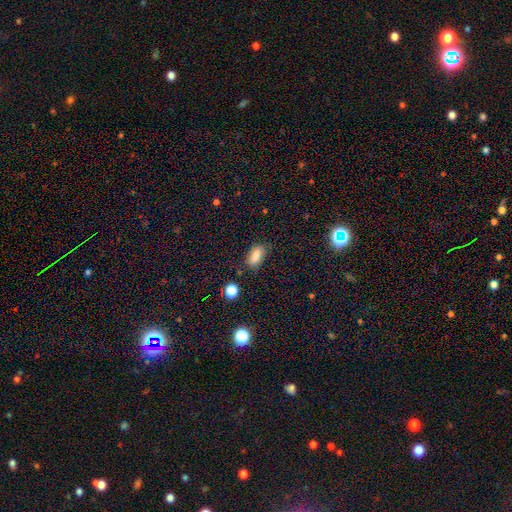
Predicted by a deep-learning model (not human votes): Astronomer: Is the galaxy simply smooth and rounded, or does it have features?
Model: smooth — 82%.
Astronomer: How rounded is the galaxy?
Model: in between — 85%.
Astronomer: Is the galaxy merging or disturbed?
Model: none — 73%.